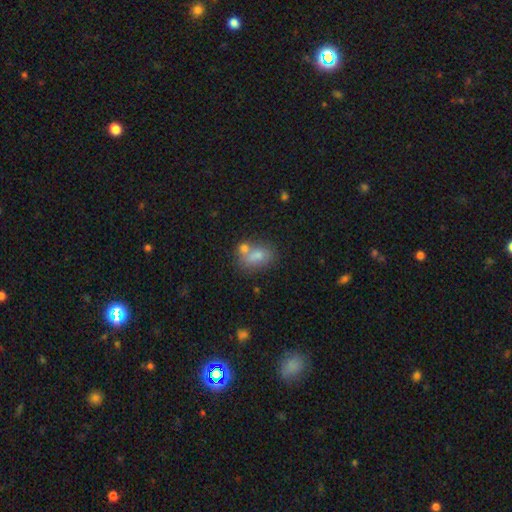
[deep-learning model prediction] smooth_or_featured: smooth (p=0.75) [alt: featured or disk p=0.15]
how_rounded: in between (p=0.79) [alt: round p=0.19]
merging: none (p=0.44) [alt: merger p=0.35]